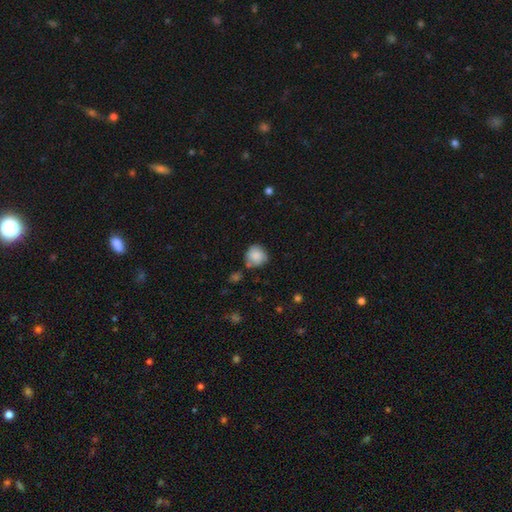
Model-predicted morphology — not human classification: Smooth or featured? smooth (83%)
How rounded? round (88%)
Merging? none (61%)